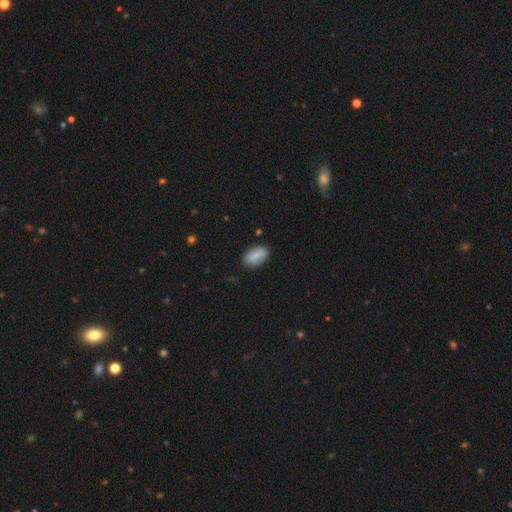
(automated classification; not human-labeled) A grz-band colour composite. It shows a smooth galaxy with no disk features (79%) that is in between round and cigar-shaped (89%). Merging: none (82%).